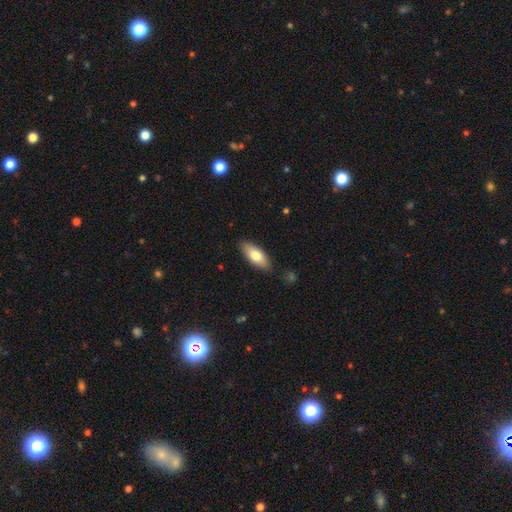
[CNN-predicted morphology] type=smooth (73%); roundness=in between (78%); merging=none (86%).